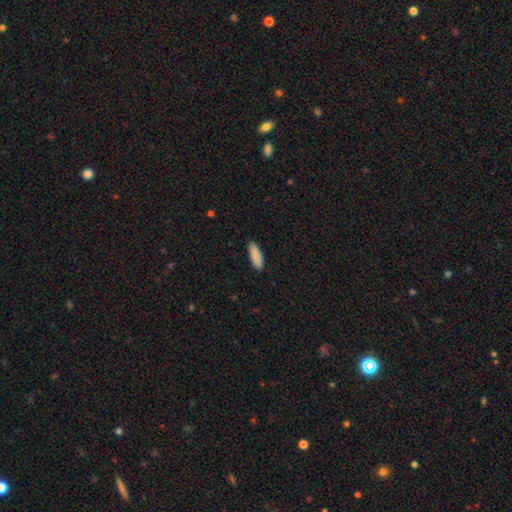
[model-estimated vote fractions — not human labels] Morphology: type=smooth (89%); roundness=in between (53%); merging=none (88%).